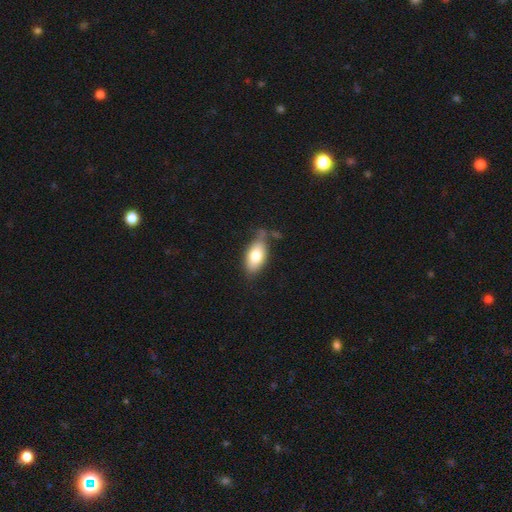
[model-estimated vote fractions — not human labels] This is likely a smooth galaxy (76%). How rounded: clearly in between (90%). Merging: possibly none (58%).